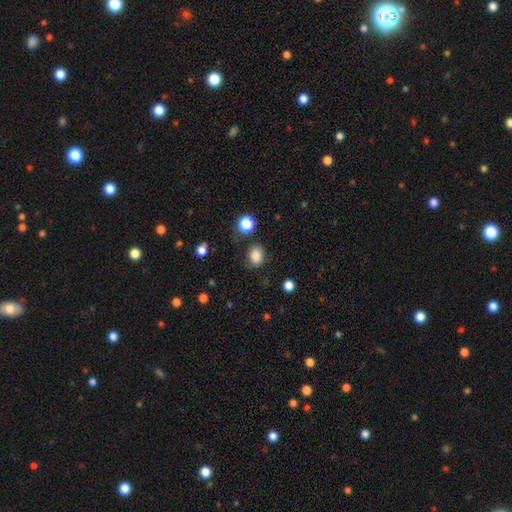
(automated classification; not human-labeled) Smooth or featured?
  - smooth: 85% *
  - star or artifact: 10%
  - featured or disk: 5%
How rounded?
  - round: 52% *
  - in between: 47%
  - cigar-shaped: 1%
Merging?
  - none: 80% *
  - minor disturbance: 12%
  - major disturbance: 4%
  - merger: 3%